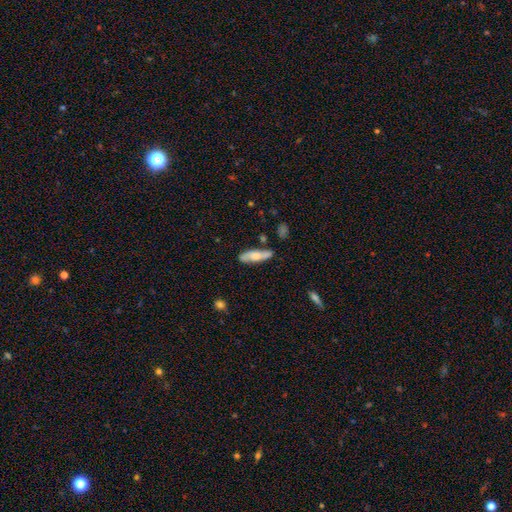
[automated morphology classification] Smooth or featured? Predicted: smooth (p=0.62). How rounded? Predicted: cigar-shaped (p=0.59). Merging? Predicted: none (p=0.78).